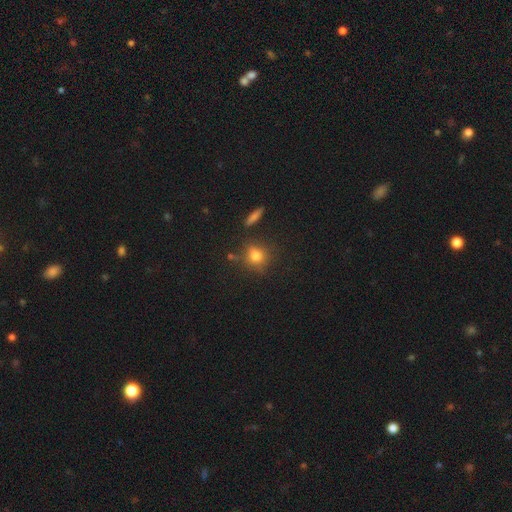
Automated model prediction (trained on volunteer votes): A smooth galaxy with no disk features (76%) that is round (71%). Merging: none (73%).